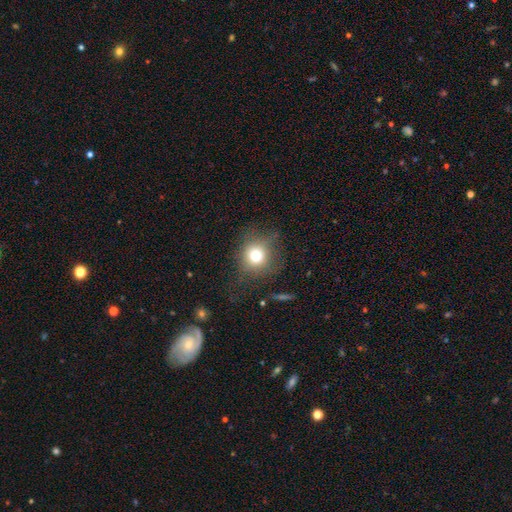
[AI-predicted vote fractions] smooth_or_featured: smooth (p=0.76) [alt: star or artifact p=0.13]
how_rounded: round (p=0.81) [alt: in between p=0.18]
merging: none (p=0.67) [alt: minor disturbance p=0.20]